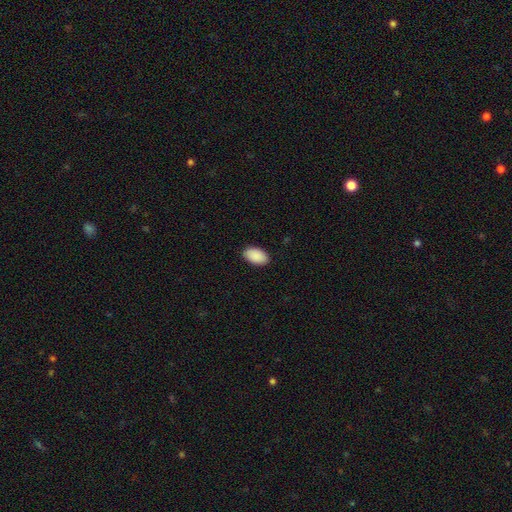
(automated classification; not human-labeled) Morphology: type=smooth (91%); roundness=in between (95%); merging=none (89%).